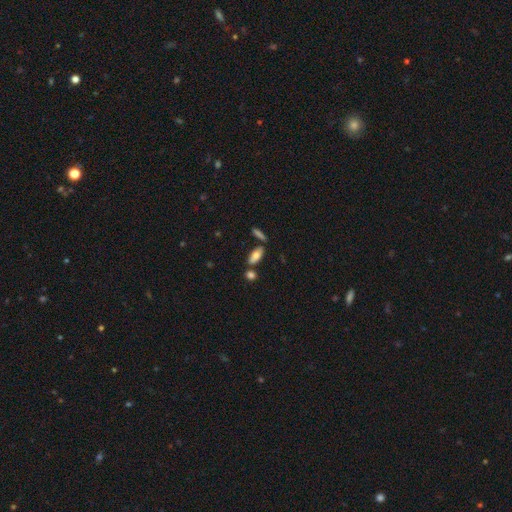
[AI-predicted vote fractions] Smooth or featured? smooth (78%)
How rounded? in between (82%)
Merging? none (68%)